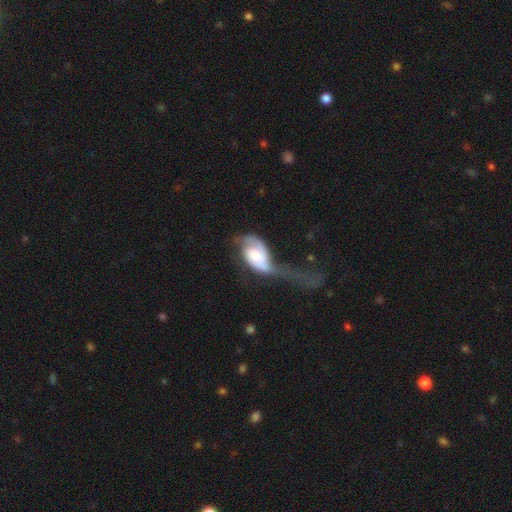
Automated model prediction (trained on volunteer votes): Smooth or featured?
  - featured or disk: 65% *
  - smooth: 29%
  - star or artifact: 6%
Edge-on disk?
  - no: 96% *
  - yes: 4%
Bar?
  - no: 68% *
  - weak: 26%
  - strong: 7%
Spiral arms?
  - yes: 83% *
  - no: 17%
Spiral winding?
  - loose: 52% *
  - medium: 30%
  - tight: 18%
Spiral arm count?
  - 2: 66% *
  - 1: 20%
  - can't tell: 10%
  - 3: 2%
  - 4: 1%
  - more than 4: 1%
Bulge size?
  - moderate: 52% *
  - small: 29%
  - large: 13%
  - none: 4%
  - dominant: 3%
Merging?
  - major disturbance: 59% *
  - minor disturbance: 17%
  - none: 15%
  - merger: 9%